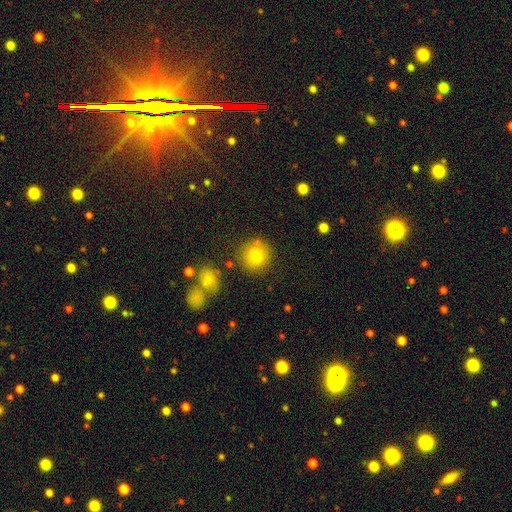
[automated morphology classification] The model was most divided on "smooth or featured": smooth: 78%, star or artifact: 12%, featured or disk: 9%. More confident: how rounded — round (92%); merging — none (78%).